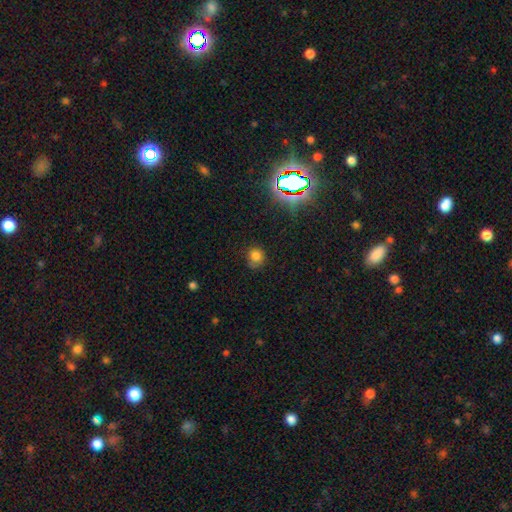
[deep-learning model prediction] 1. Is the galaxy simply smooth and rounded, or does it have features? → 75% smooth, 18% star or artifact, 7% featured or disk.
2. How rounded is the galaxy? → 81% round, 17% in between, 1% cigar-shaped.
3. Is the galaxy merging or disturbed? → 67% none, 23% minor disturbance, 7% major disturbance, 3% merger.